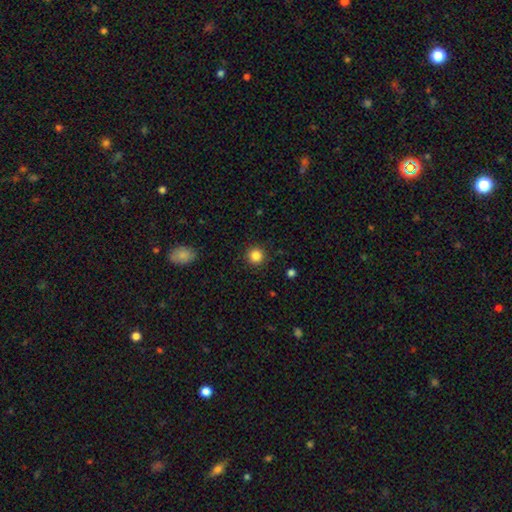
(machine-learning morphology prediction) A smooth galaxy with no disk features (86%) that is round (95%).

Vote fractions:
- Smooth or featured? smooth: 86% / star or artifact: 11% / featured or disk: 4%
- How rounded? round: 95% / in between: 4% / cigar-shaped: 1%
- Merging? none: 91% / minor disturbance: 6% / major disturbance: 2% / merger: 1%